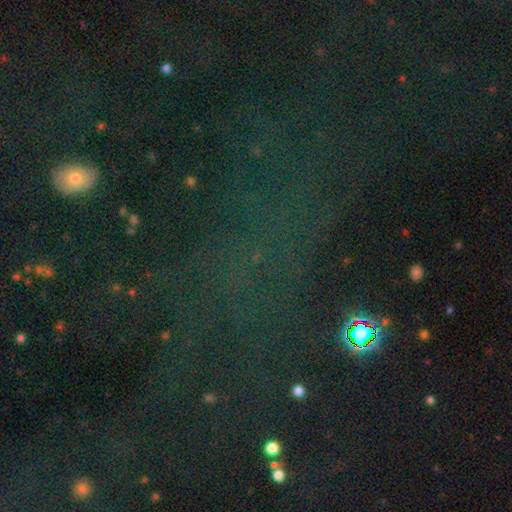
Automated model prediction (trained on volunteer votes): Smooth or featured? Predicted: star or artifact (p=0.69).